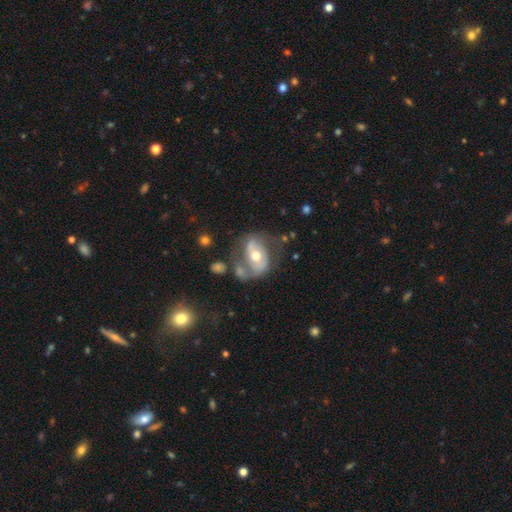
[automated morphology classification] smooth-or-featured: featured or disk: 72% | smooth: 22% | star or artifact: 7%
  disk-edge-on: no: 96% | yes: 4%
    bar: no: 44% | weak: 31% | strong: 25%
    has-spiral-arms: yes: 78% | no: 22%
      spiral-winding: medium: 45% | loose: 36% | tight: 19%
      spiral-arm-count: 2: 82% | can't tell: 9% | 1: 6% | 3: 1% | 4: 1% | more than 4: 1%
    bulge-size: moderate: 72% | small: 19% | large: 7% | dominant: 1% | none: 1%
  merging: none: 45% | minor disturbance: 22% | major disturbance: 20% | merger: 13%